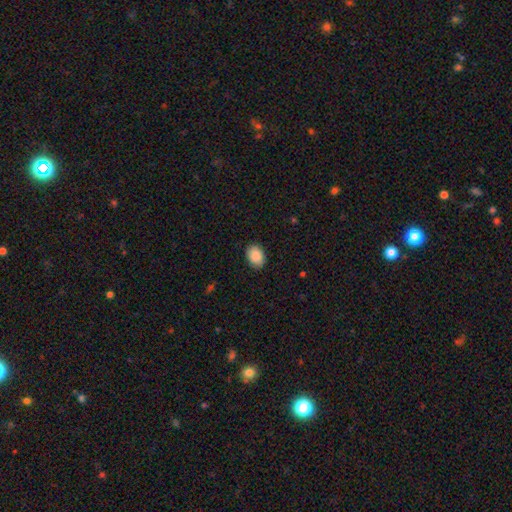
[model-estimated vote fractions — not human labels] Smooth or featured?
  - smooth: 89% *
  - star or artifact: 7%
  - featured or disk: 4%
How rounded?
  - in between: 76% *
  - round: 23%
  - cigar-shaped: 1%
Merging?
  - none: 89% *
  - minor disturbance: 8%
  - major disturbance: 2%
  - merger: 1%